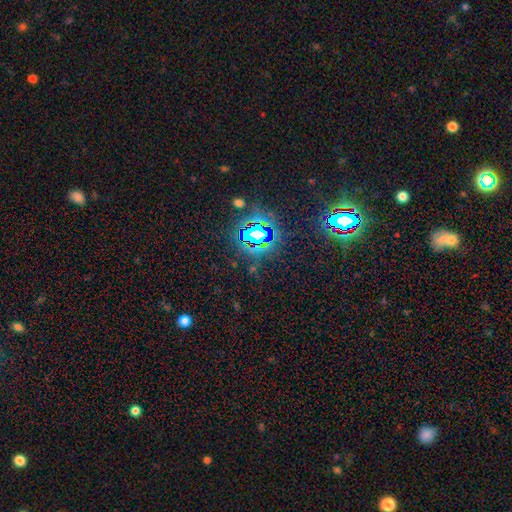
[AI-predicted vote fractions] The model was most divided on "smooth or featured": star or artifact: 80%, smooth: 13%, featured or disk: 8%.